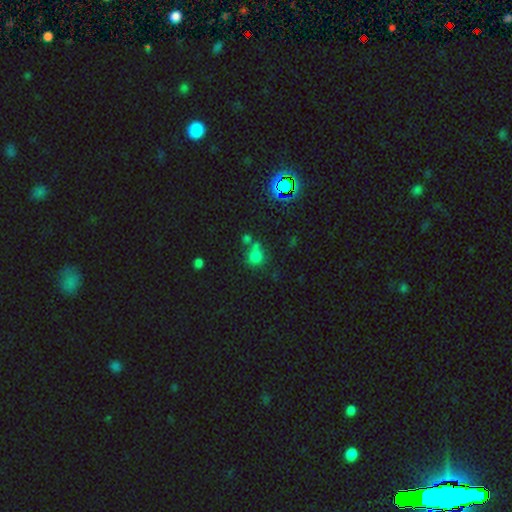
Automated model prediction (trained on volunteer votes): This appears to be a smooth galaxy with no disk features (69%) that is round (78%). Merging: none (52%).